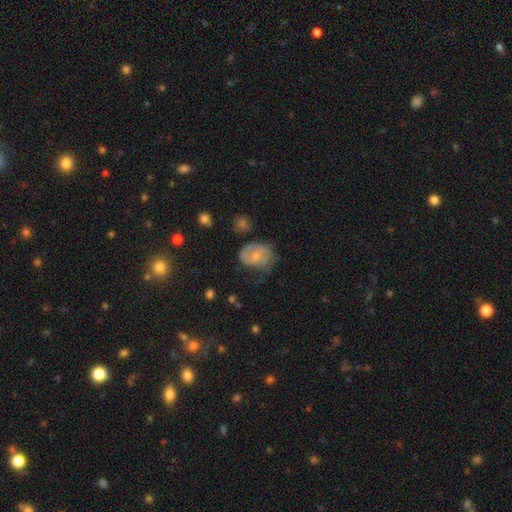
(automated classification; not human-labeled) Morphology: type=smooth (50%); roundness=in between (64%); merging=none (42%).